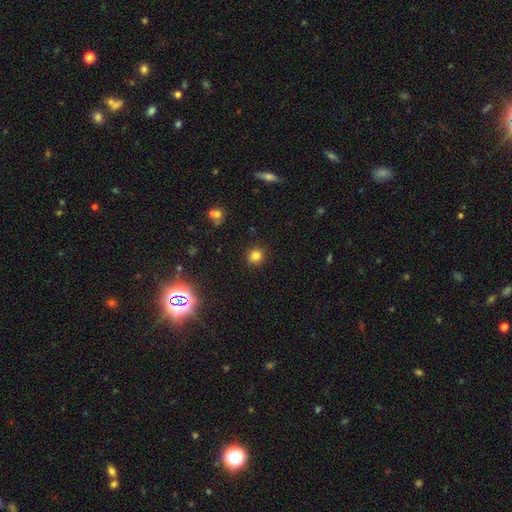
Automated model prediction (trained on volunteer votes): Smooth or featured? Predicted: smooth (p=0.80). How rounded? Predicted: round (p=0.92). Merging? Predicted: none (p=0.90).